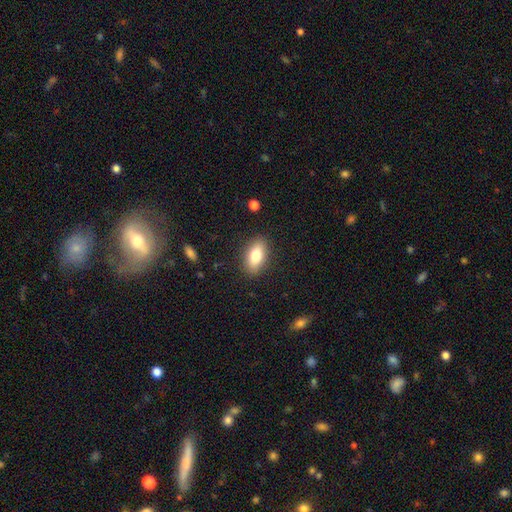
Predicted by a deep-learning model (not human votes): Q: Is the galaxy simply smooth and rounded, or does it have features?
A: smooth — 80%.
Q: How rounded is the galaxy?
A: in between — 87%.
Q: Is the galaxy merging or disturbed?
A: none — 87%.